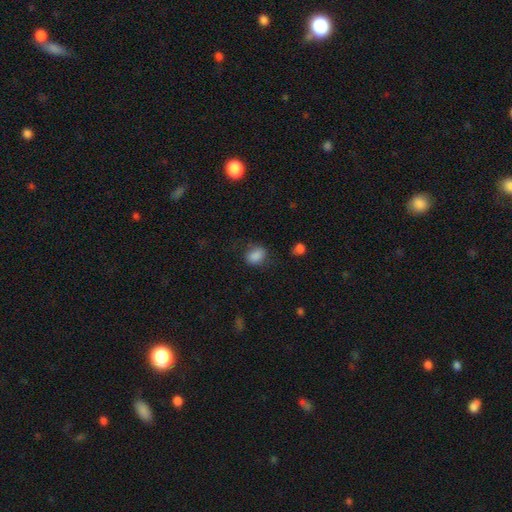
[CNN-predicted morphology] smooth-or-featured: smooth: 85% | star or artifact: 10% | featured or disk: 5%
  how-rounded: in between: 60% | round: 38% | cigar-shaped: 1%
  merging: none: 69% | minor disturbance: 20% | major disturbance: 8% | merger: 2%